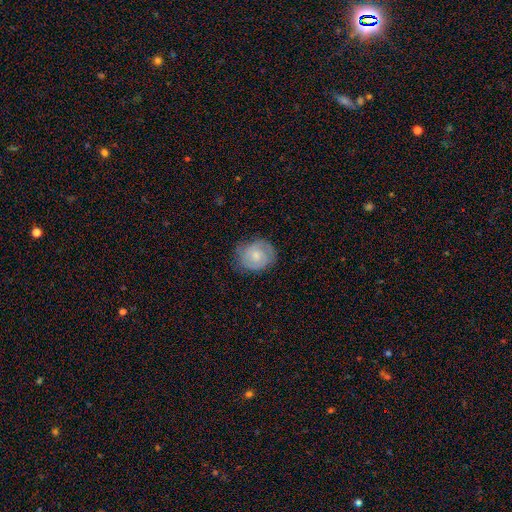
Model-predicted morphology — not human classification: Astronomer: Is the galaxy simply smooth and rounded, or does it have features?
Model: featured or disk — 51% (runner-up: smooth, 42%).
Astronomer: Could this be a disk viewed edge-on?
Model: no — 97%.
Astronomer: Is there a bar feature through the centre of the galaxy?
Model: no — 71%.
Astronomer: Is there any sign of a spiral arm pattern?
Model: yes — 79%.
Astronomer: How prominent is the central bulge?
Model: small — 43% (runner-up: moderate, 41%).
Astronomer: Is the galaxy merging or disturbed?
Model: none — 73%.